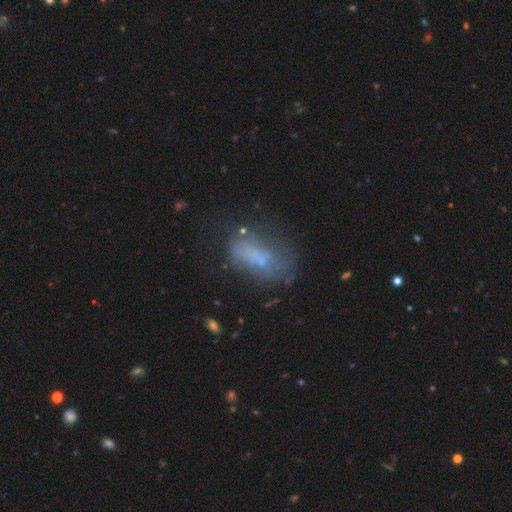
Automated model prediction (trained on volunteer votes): This appears to be a smooth galaxy with no disk features (54%) that is in between round and cigar-shaped (85%). Merging: none (46%).